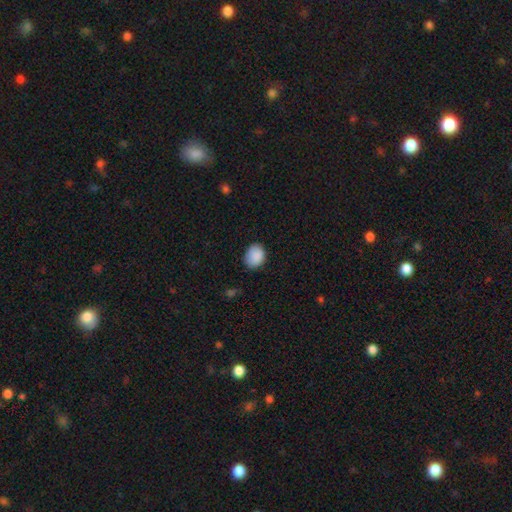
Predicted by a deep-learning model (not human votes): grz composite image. It shows a smooth galaxy with no disk features (89%) that is in between round and cigar-shaped (54%). Merging: none (80%).